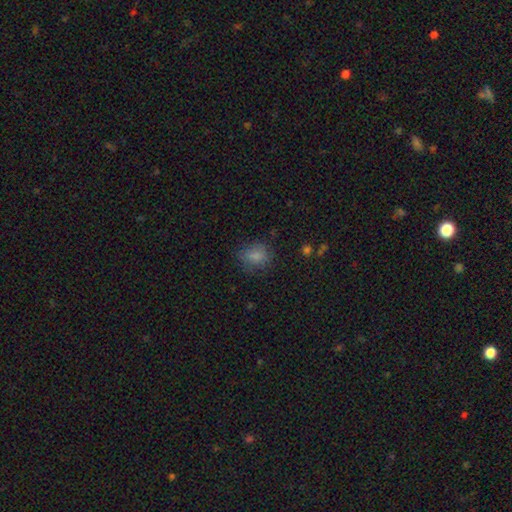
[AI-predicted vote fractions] Smooth or featured: smooth — 81% (star or artifact — 11%)
How rounded: in between — 52% (round — 46%)
Merging: none — 71% (minor disturbance — 20%)